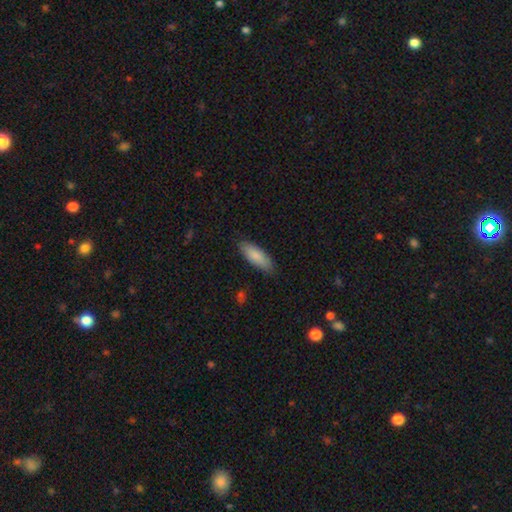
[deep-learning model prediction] A smooth galaxy with no disk features (86%) that is in between round and cigar-shaped (65%). Merging: none (86%).